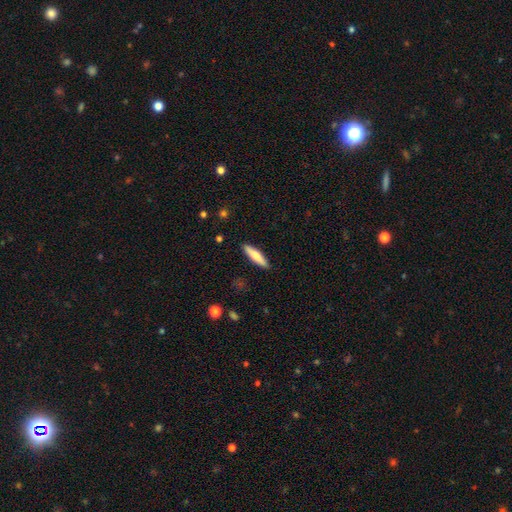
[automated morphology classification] type=smooth (68%); roundness=cigar-shaped (77%); merging=none (90%).